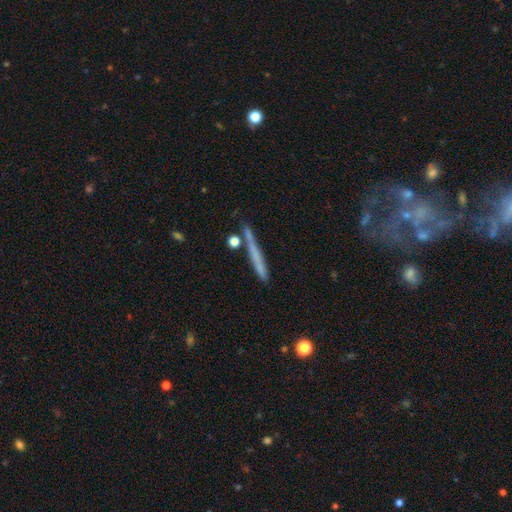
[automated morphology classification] The model was most divided on "smooth or featured": smooth: 55%, featured or disk: 36%, star or artifact: 9%. More confident: how rounded — cigar-shaped (94%); merging — none (76%).